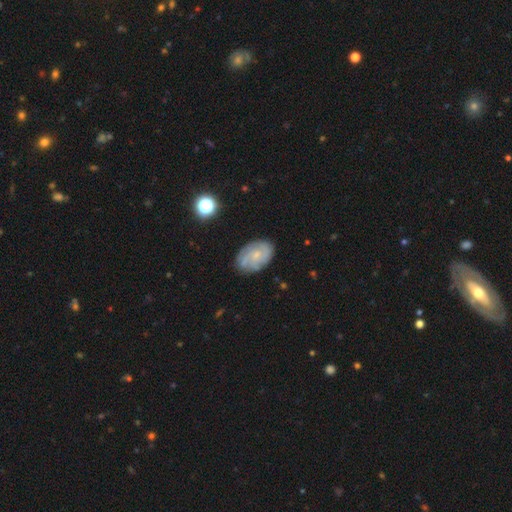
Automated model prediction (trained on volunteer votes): Overall: featured or disk (67%). Edge-on disk: no (97%). Bar: no (71%). Spiral arms: yes (88%). Spiral arm count: can't tell (40%; 3 21%). Spiral winding: tight (54%; medium 34%). Bulge size: small (66%). Merging: none (76%).